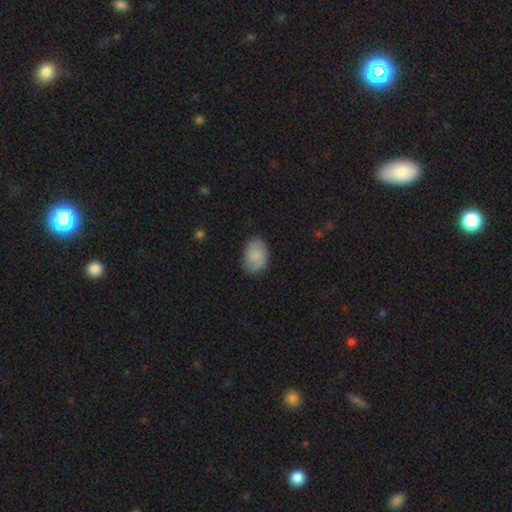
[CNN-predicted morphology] This appears to be a smooth galaxy with no disk features (67%) that is in between round and cigar-shaped (80%). Merging: none (75%).